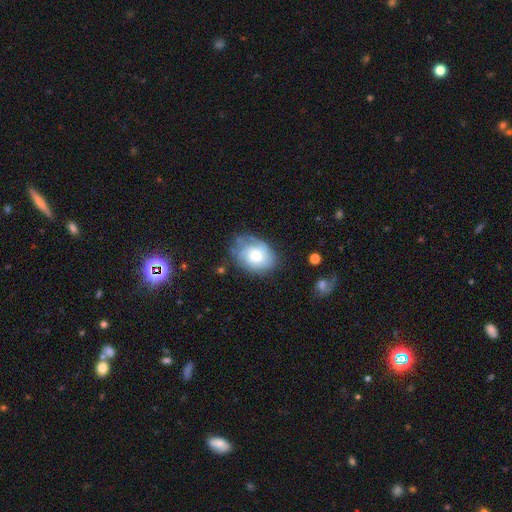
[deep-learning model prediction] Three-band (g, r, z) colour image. It shows a smooth galaxy with no disk features (48%). Merging: none (62%).